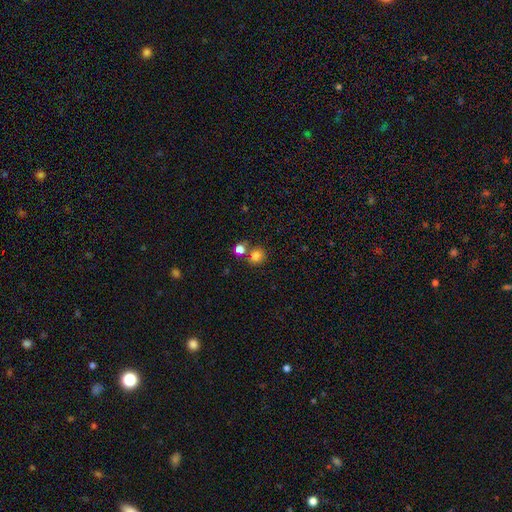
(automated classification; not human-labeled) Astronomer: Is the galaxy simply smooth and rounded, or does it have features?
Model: smooth — 79%.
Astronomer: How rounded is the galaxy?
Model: round — 82%.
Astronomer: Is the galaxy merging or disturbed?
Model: none — 65%.